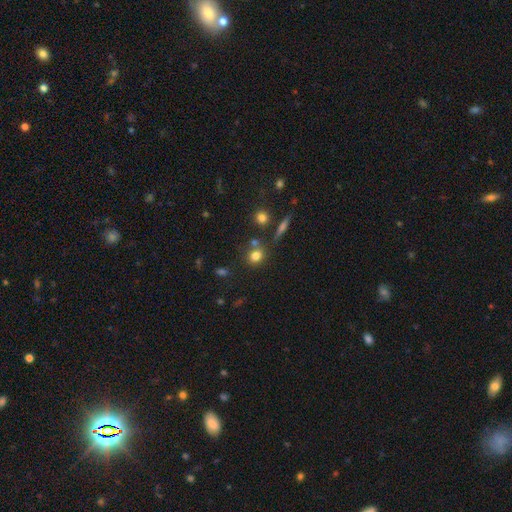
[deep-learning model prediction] smooth_or_featured: smooth (p=0.78) [alt: star or artifact p=0.13]
how_rounded: round (p=0.75) [alt: in between p=0.23]
merging: none (p=0.69) [alt: merger p=0.16]